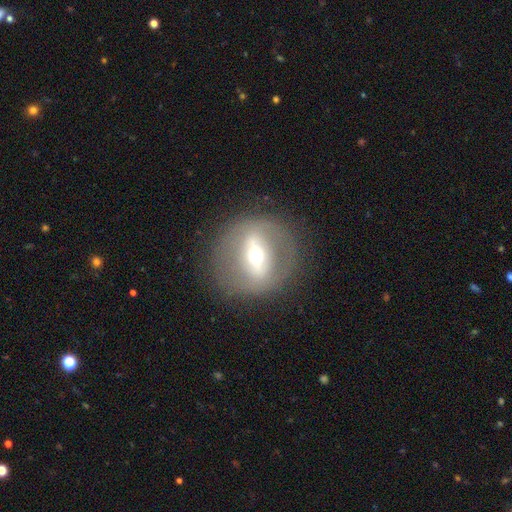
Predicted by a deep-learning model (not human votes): This appears to be a featured or disk galaxy (67%) with a strong bar (64%), no spiral arms (80%) and a moderate central bulge (62%). Merging: none (81%).